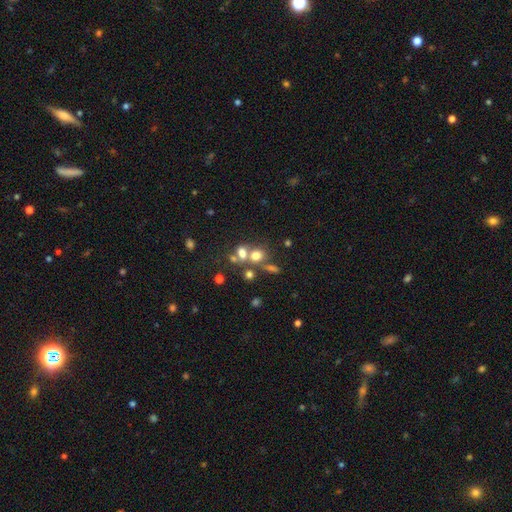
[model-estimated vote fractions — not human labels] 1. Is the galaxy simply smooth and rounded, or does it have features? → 67% smooth, 18% star or artifact, 15% featured or disk.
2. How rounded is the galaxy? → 62% round, 37% in between, 1% cigar-shaped.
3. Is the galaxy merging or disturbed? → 43% merger, 41% none, 9% minor disturbance, 7% major disturbance.